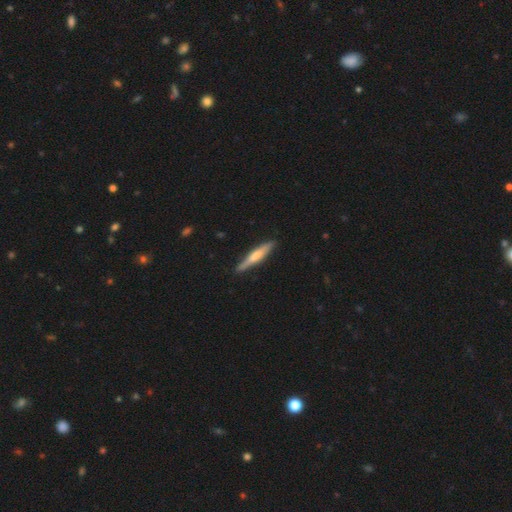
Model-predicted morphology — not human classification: type=smooth (51%); roundness=cigar-shaped (91%); merging=none (87%).